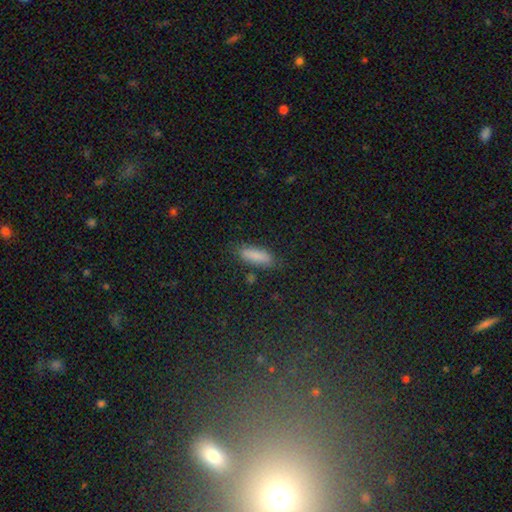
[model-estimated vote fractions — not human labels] Morphology: type=smooth (83%); roundness=in between (52%); merging=none (80%).